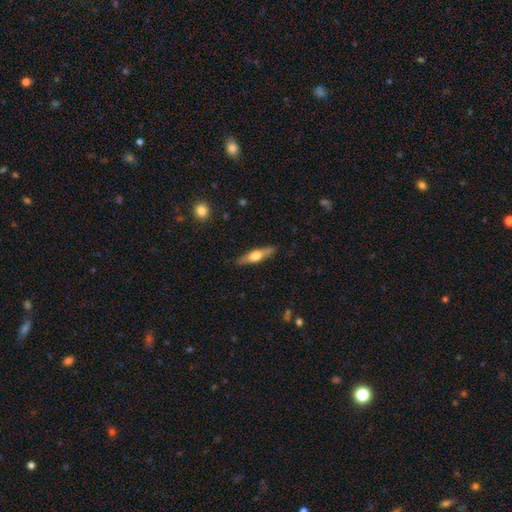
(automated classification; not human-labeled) Overall: featured or disk (52%; smooth 42%). Edge-on disk: yes (93%). Merging: none (88%).